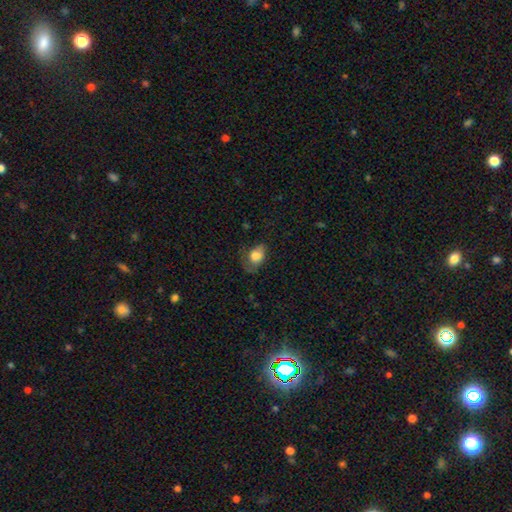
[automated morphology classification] Q: Smooth or featured?
A: smooth (73%); runner-up: featured or disk (19%)
Q: How rounded?
A: in between (80%); runner-up: round (18%)
Q: Merging?
A: none (42%); runner-up: minor disturbance (31%)